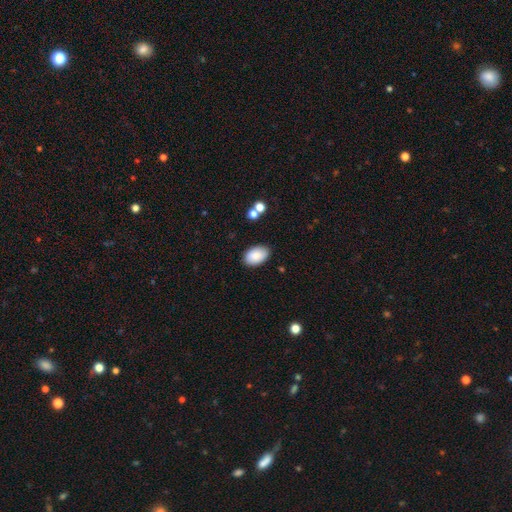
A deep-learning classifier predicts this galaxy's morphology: The model was most divided on "merging": none: 87%, minor disturbance: 10%, major disturbance: 2%, merger: 2%. More confident: how rounded — in between (92%); smooth or featured — smooth (87%).